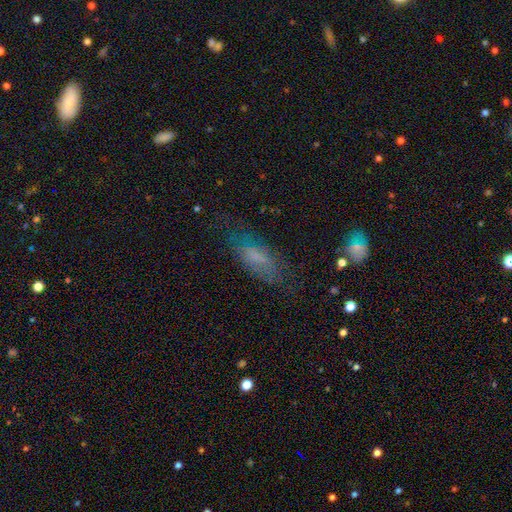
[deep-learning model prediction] A smooth galaxy with no disk features (58%) that is in between round and cigar-shaped (66%).

Vote fractions:
- Smooth or featured? smooth: 58% / featured or disk: 30% / star or artifact: 12%
- How rounded? in between: 66% / cigar-shaped: 31% / round: 3%
- Merging? none: 65% / minor disturbance: 21% / major disturbance: 11% / merger: 2%